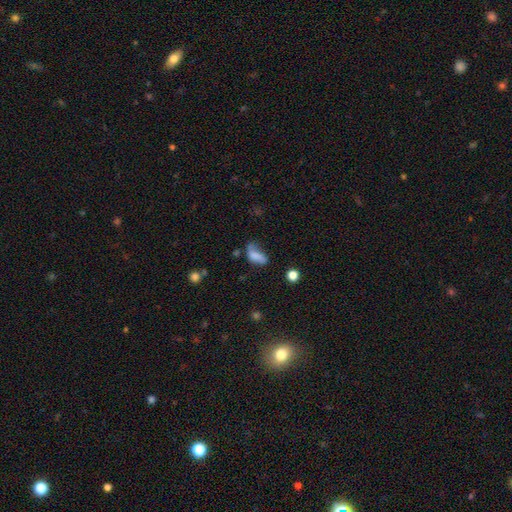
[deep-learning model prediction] Morphology: type=smooth (69%); roundness=in between (85%); merging=none (33%).